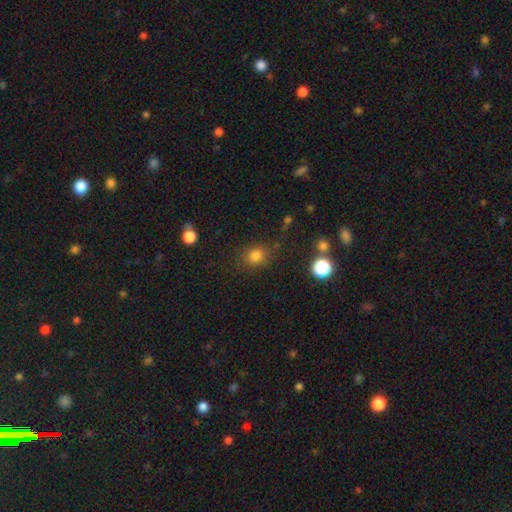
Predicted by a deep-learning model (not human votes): This appears to be a smooth galaxy with no disk features (80%) that is round (68%). Merging: none (80%).